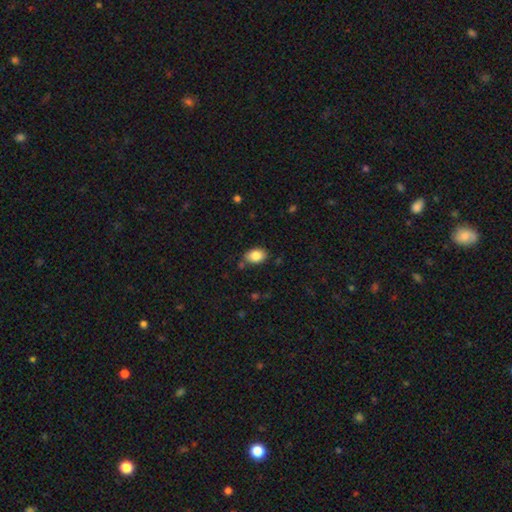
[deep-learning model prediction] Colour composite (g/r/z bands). It shows a smooth galaxy with no disk features (85%) that is in between round and cigar-shaped (84%). Merging: none (80%).